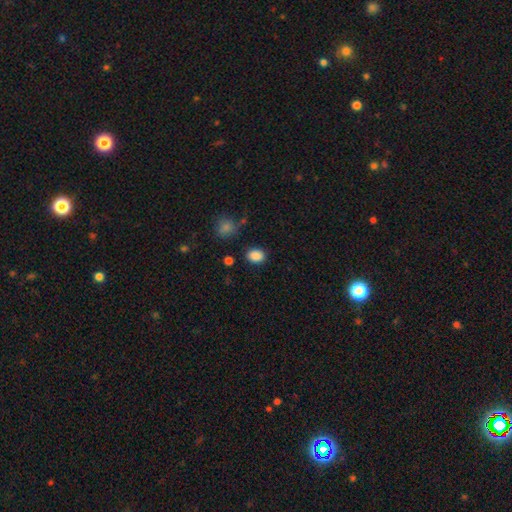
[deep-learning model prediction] Smooth or featured: smooth — 87% (star or artifact — 10%)
How rounded: in between — 59% (round — 40%)
Merging: none — 84% (minor disturbance — 10%)